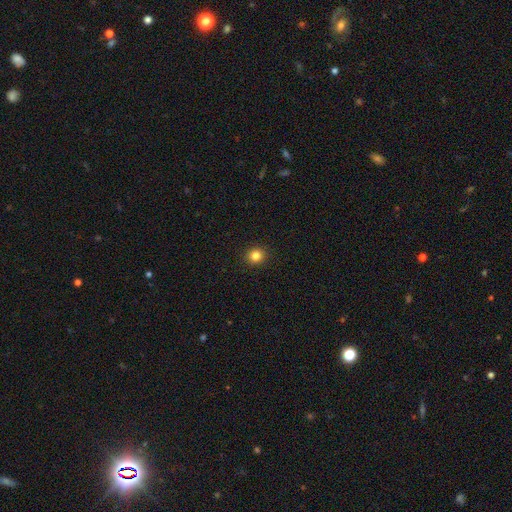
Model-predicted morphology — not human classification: Smooth or featured?
  - smooth: 82% *
  - star or artifact: 13%
  - featured or disk: 5%
How rounded?
  - round: 90% *
  - in between: 9%
  - cigar-shaped: 1%
Merging?
  - none: 93% *
  - minor disturbance: 4%
  - major disturbance: 2%
  - merger: 1%